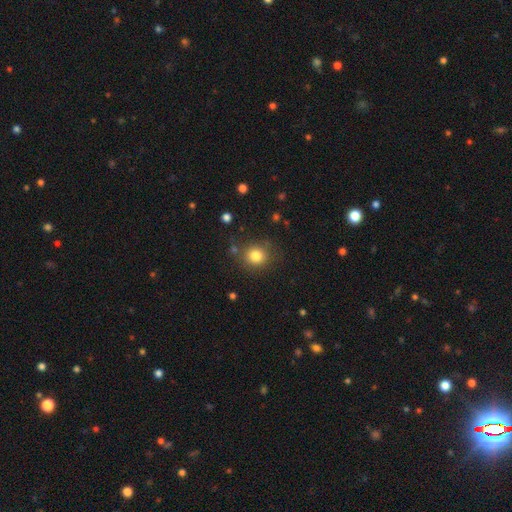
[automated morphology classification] A smooth galaxy with no disk features (81%) that is round (83%).

Vote fractions:
- Smooth or featured? smooth: 81% / star or artifact: 12% / featured or disk: 7%
- How rounded? round: 83% / in between: 16% / cigar-shaped: 1%
- Merging? none: 80% / minor disturbance: 11% / merger: 4% / major disturbance: 4%